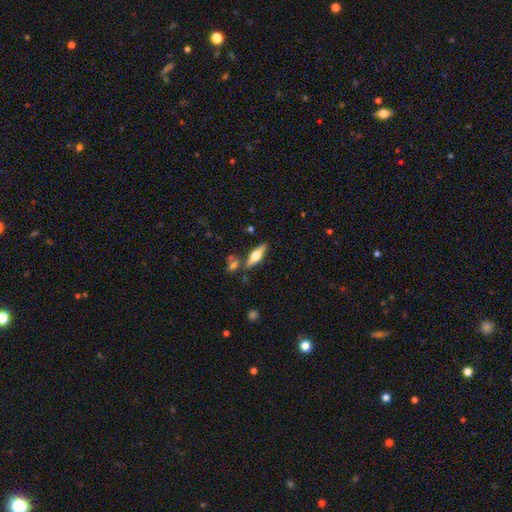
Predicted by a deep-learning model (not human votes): Morphology: type=featured or disk (61%); edge-on=yes (94%); edge-on bulge=rounded (94%); merging=none (78%).